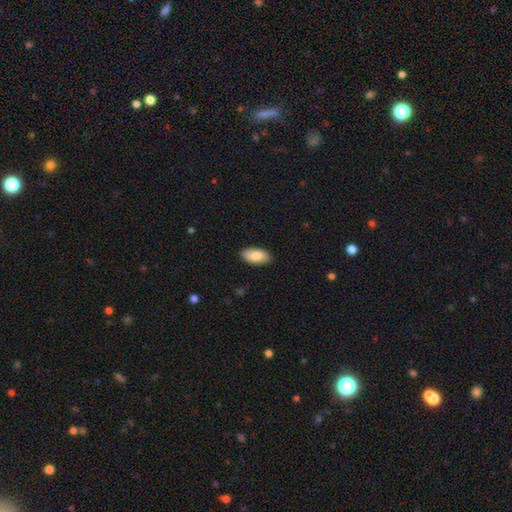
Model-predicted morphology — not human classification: Smooth or featured?
  - smooth: 84% *
  - featured or disk: 11%
  - star or artifact: 6%
How rounded?
  - in between: 93% *
  - cigar-shaped: 4%
  - round: 2%
Merging?
  - none: 89% *
  - minor disturbance: 9%
  - major disturbance: 2%
  - merger: 1%